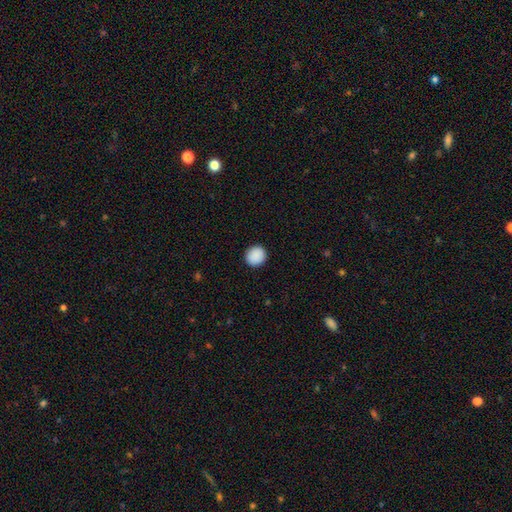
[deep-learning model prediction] A smooth galaxy with no disk features (90%) that is round (87%). Merging: none (92%).